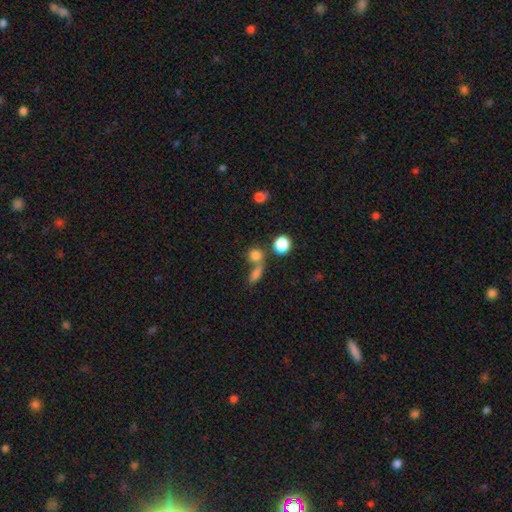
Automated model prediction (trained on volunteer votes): Smooth or featured? Predicted: smooth (p=0.80). How rounded? Predicted: round (p=0.70). Merging? Predicted: none (p=0.46).